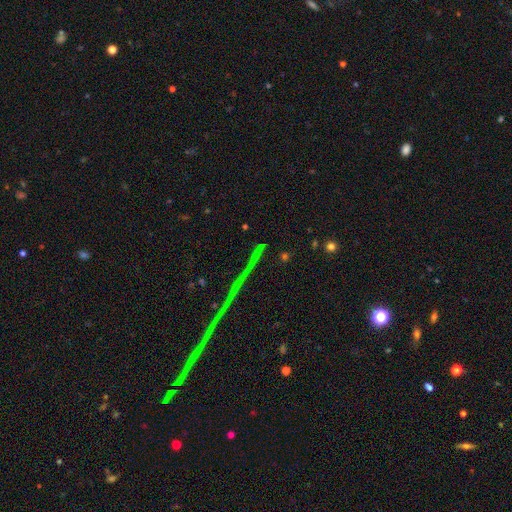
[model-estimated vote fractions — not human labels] smooth_or_featured: star or artifact (p=0.74) [alt: featured or disk p=0.14]